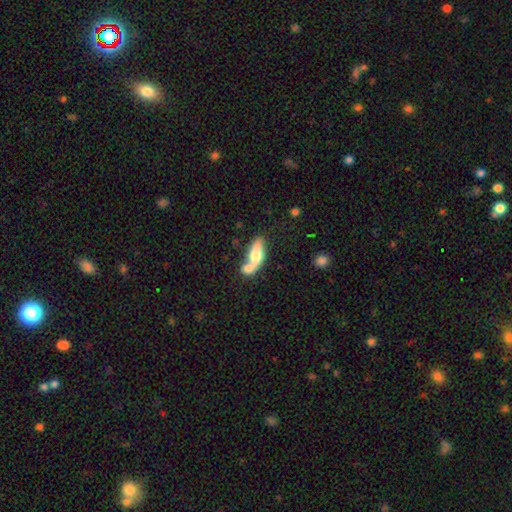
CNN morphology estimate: smooth_or_featured: smooth (p=0.62) [alt: featured or disk p=0.31]
how_rounded: in between (p=0.69) [alt: cigar-shaped p=0.26]
merging: merger (p=0.60) [alt: none p=0.23]